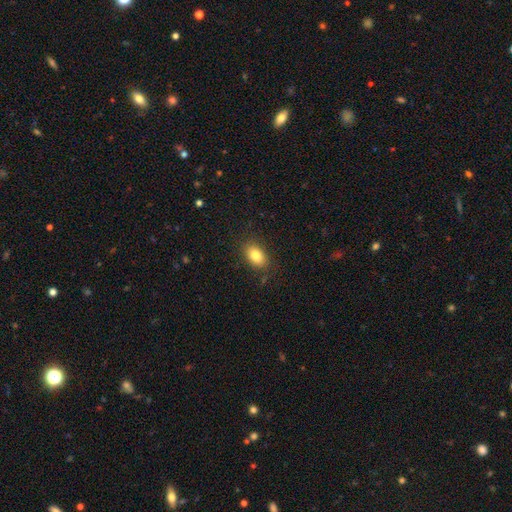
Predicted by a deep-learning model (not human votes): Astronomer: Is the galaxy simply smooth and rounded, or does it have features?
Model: smooth — 82%.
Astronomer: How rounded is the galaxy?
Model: in between — 85%.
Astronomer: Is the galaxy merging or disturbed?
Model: none — 85%.